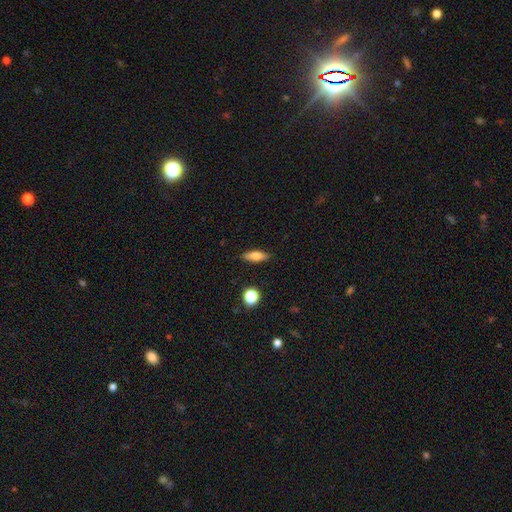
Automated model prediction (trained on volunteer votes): Smooth or featured?
  - smooth: 67% *
  - featured or disk: 25%
  - star or artifact: 8%
How rounded?
  - in between: 59% *
  - cigar-shaped: 37%
  - round: 4%
Merging?
  - none: 87% *
  - minor disturbance: 10%
  - major disturbance: 2%
  - merger: 2%